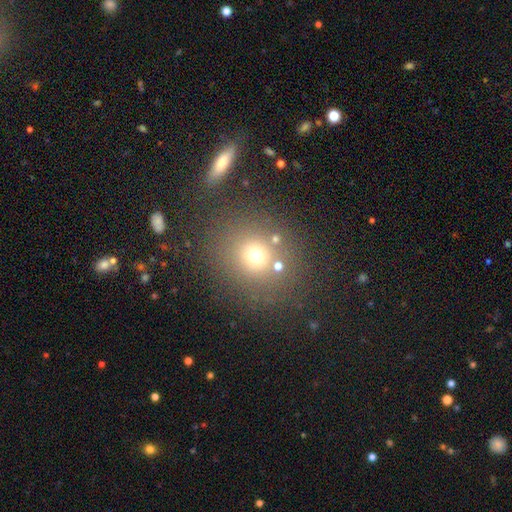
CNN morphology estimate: Overall: smooth (67%). How rounded: round (81%). Merging: none (75%).